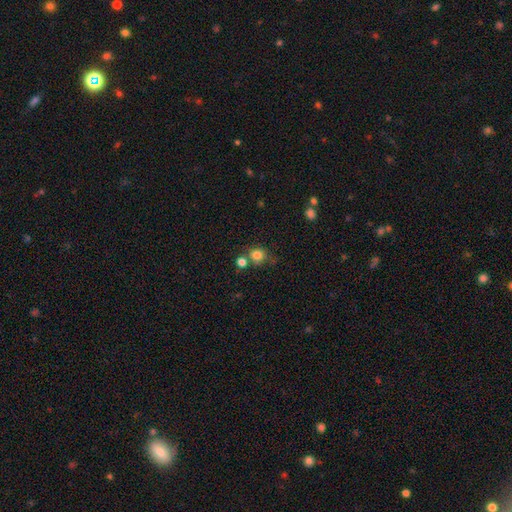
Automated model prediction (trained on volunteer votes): smooth-or-featured: smooth: 81% | star or artifact: 12% | featured or disk: 7%
  how-rounded: round: 83% | in between: 16% | cigar-shaped: 1%
  merging: none: 61% | merger: 23% | minor disturbance: 12% | major disturbance: 5%